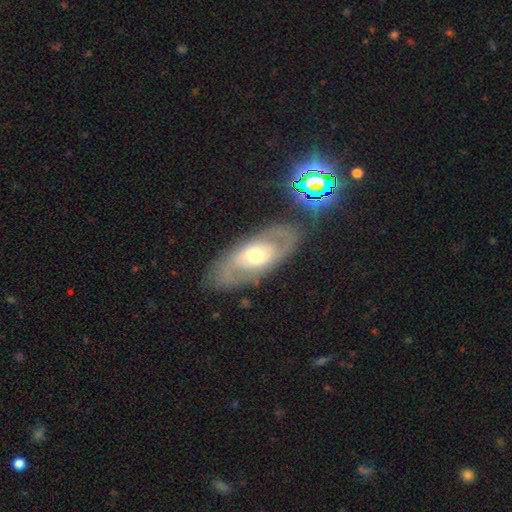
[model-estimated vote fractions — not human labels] This appears to be a featured or disk galaxy (66%) with no bar (60%), spiral arms (55%) and a moderate central bulge (65%). Merging: none (79%).